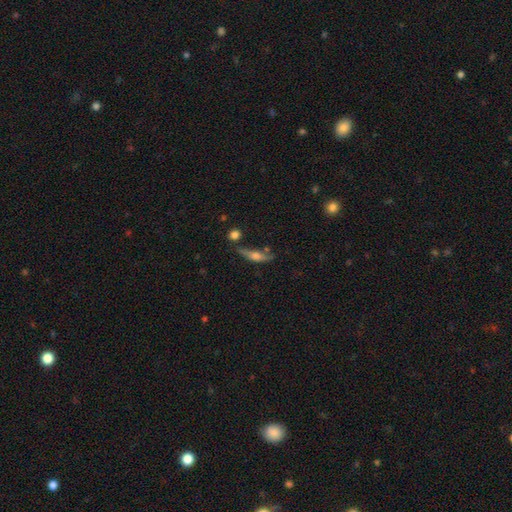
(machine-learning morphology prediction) Smooth or featured? Predicted: featured or disk (p=0.48). Merging? Predicted: none (p=0.58).